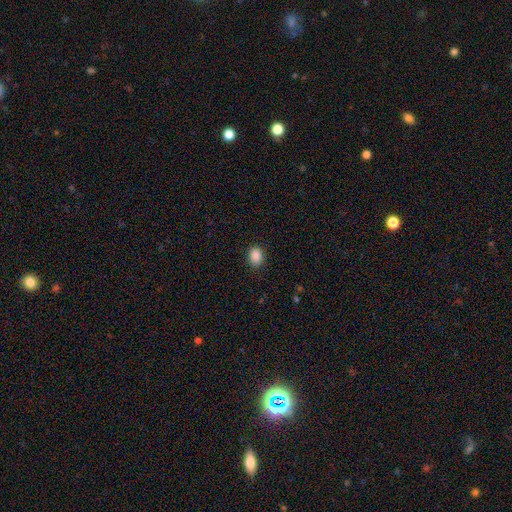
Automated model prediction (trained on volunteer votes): Smooth or featured? Predicted: smooth (p=0.88). How rounded? Predicted: in between (p=0.73). Merging? Predicted: none (p=0.87).